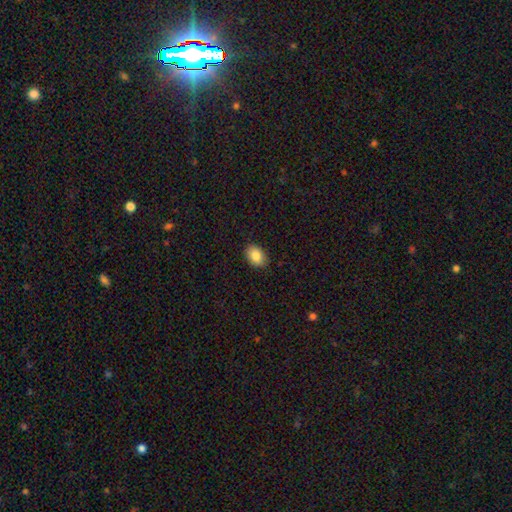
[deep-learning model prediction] smooth-or-featured: smooth: 86% | star or artifact: 8% | featured or disk: 7%
  how-rounded: in between: 81% | round: 18% | cigar-shaped: 1%
  merging: none: 88% | minor disturbance: 9% | major disturbance: 2% | merger: 1%